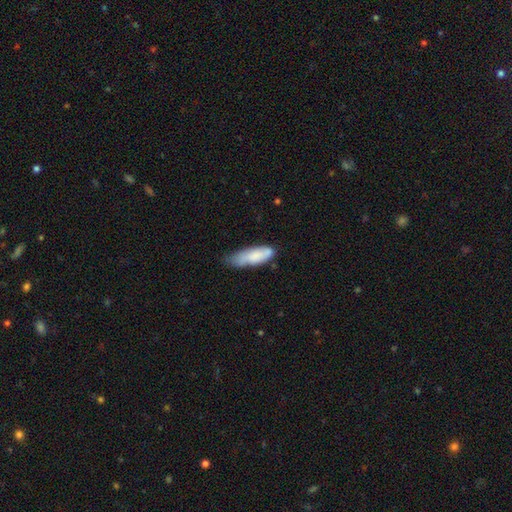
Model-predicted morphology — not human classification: type=smooth (77%); roundness=in between (54%); merging=none (46%).